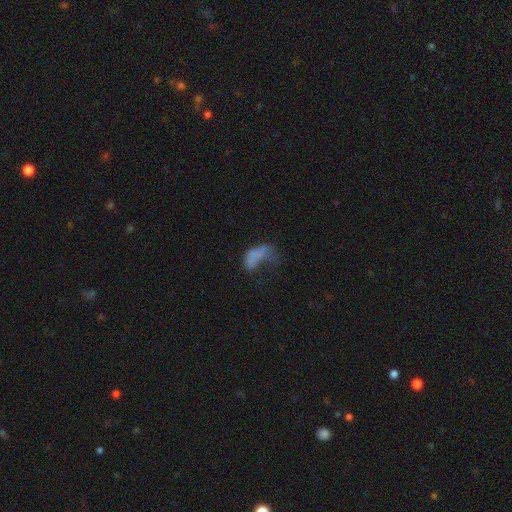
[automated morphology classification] smooth 51%, featured or disk 32%, star or artifact 16%. Down the decision tree: how rounded — in between (85%); merging — major disturbance (47%).